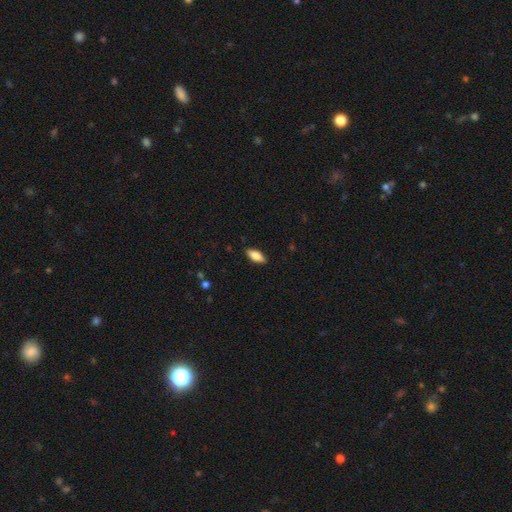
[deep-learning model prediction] smooth-or-featured: smooth: 78% | featured or disk: 15% | star or artifact: 6%
  how-rounded: in between: 81% | cigar-shaped: 17% | round: 2%
  merging: none: 88% | minor disturbance: 9% | major disturbance: 2% | merger: 1%